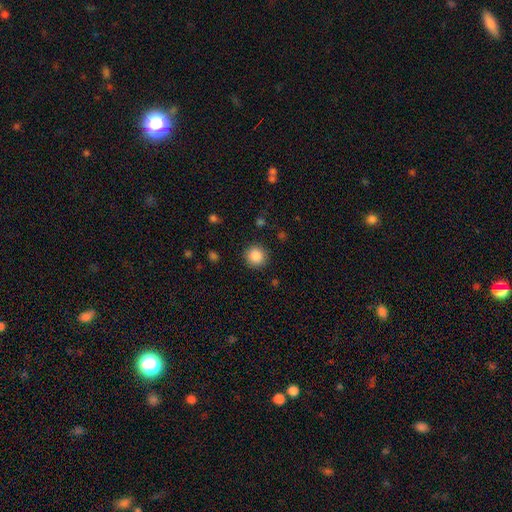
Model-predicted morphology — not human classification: smooth-or-featured: smooth: 87% | star or artifact: 9% | featured or disk: 3%
  how-rounded: round: 93% | in between: 6% | cigar-shaped: 1%
  merging: none: 89% | minor disturbance: 7% | major disturbance: 3% | merger: 1%